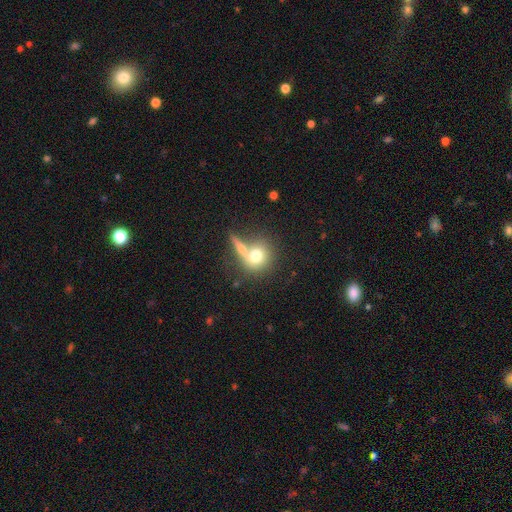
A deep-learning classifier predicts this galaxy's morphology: smooth-or-featured: smooth: 71% | featured or disk: 20% | star or artifact: 9%
  how-rounded: round: 84% | in between: 14% | cigar-shaped: 2%
  merging: none: 45% | merger: 38% | minor disturbance: 10% | major disturbance: 6%